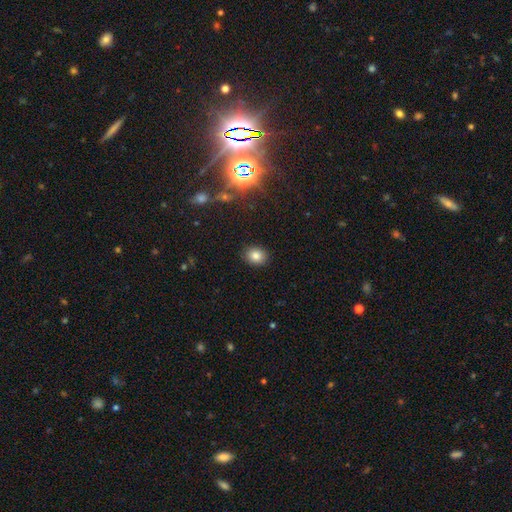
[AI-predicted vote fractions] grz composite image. It shows a smooth galaxy with no disk features (81%) that is round (59%). Merging: none (89%).